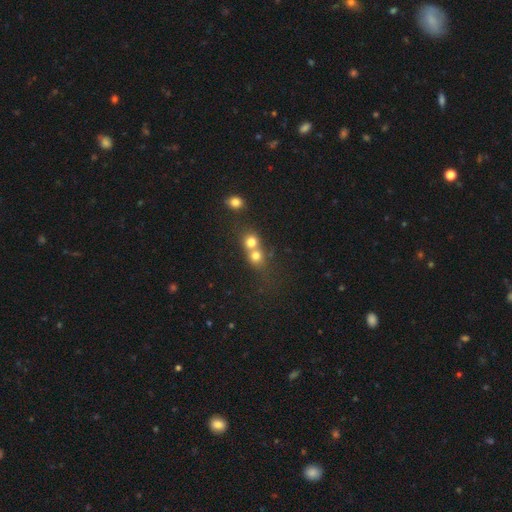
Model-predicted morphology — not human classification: smooth-or-featured: smooth: 73% | featured or disk: 13% | star or artifact: 13%
  how-rounded: round: 81% | in between: 18% | cigar-shaped: 1%
  merging: merger: 64% | none: 28% | minor disturbance: 5% | major disturbance: 3%